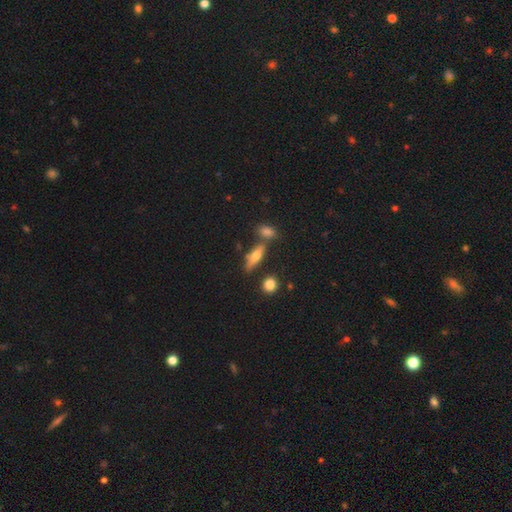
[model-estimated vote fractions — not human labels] This is possibly a smooth galaxy (53%). How rounded: possibly cigar-shaped (54%). Merging: likely none (66%).